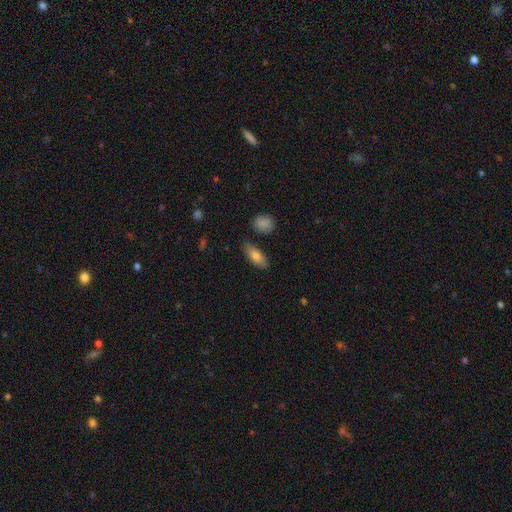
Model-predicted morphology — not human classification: Smooth or featured? smooth (78%)
How rounded? in between (78%)
Merging? none (82%)